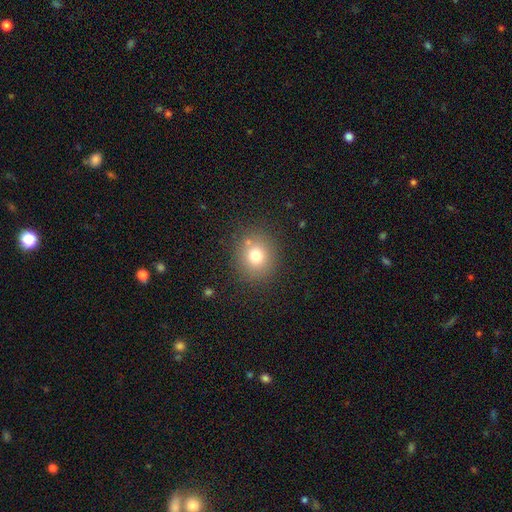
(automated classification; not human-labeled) smooth 75%, star or artifact 14%, featured or disk 11%. Down the decision tree: how rounded — round (85%); merging — none (83%).